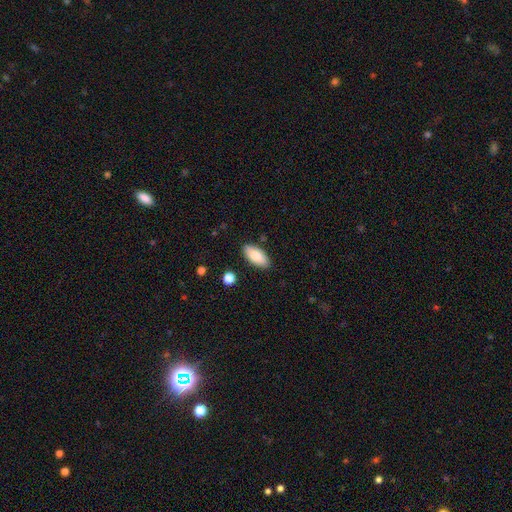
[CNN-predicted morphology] Smooth or featured: smooth — 82% (featured or disk — 12%)
How rounded: in between — 90% (cigar-shaped — 8%)
Merging: none — 87% (minor disturbance — 9%)